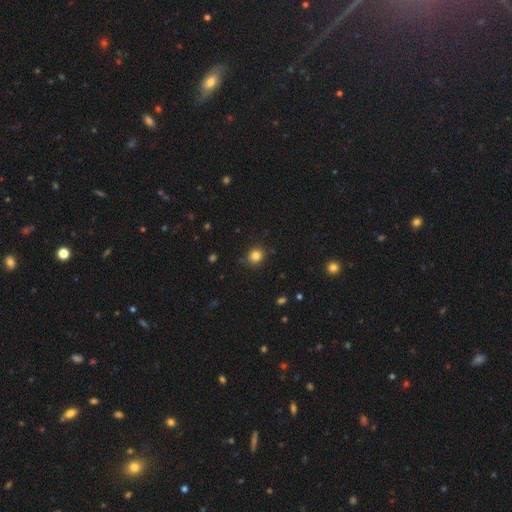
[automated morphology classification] This appears to be a smooth galaxy with no disk features (83%) that is round (82%). Merging: none (86%).